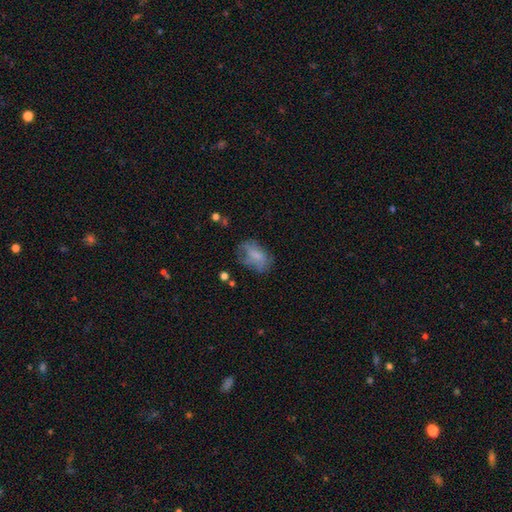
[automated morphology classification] Q: Smooth or featured?
A: smooth (61%); runner-up: featured or disk (28%)
Q: How rounded?
A: in between (85%); runner-up: round (12%)
Q: Merging?
A: none (46%); runner-up: minor disturbance (28%)